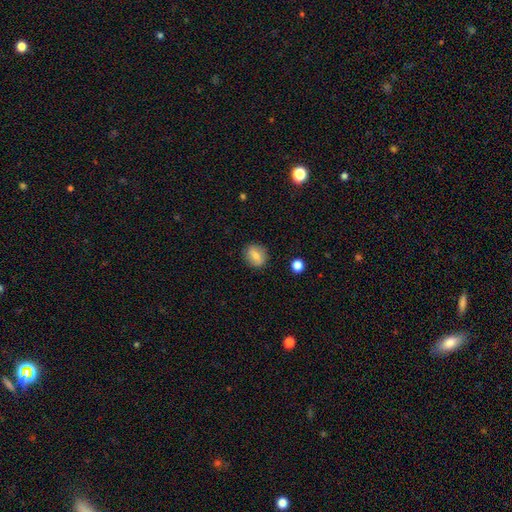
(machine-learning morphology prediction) Smooth or featured? smooth (76%)
How rounded? round (61%)
Merging? none (87%)